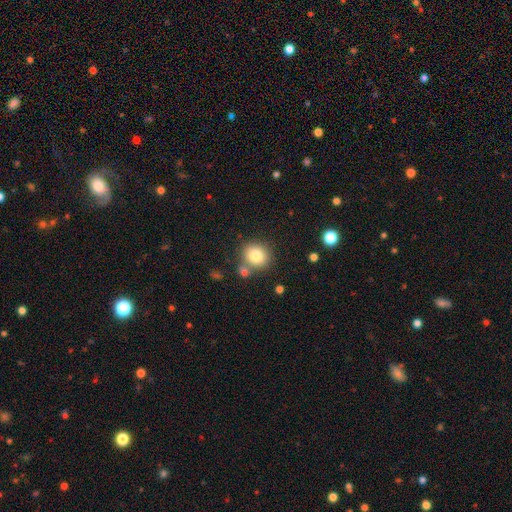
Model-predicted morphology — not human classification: Smooth or featured?
  - smooth: 80% *
  - star or artifact: 10%
  - featured or disk: 9%
How rounded?
  - round: 80% *
  - in between: 19%
  - cigar-shaped: 1%
Merging?
  - none: 68% *
  - merger: 17%
  - minor disturbance: 11%
  - major disturbance: 4%